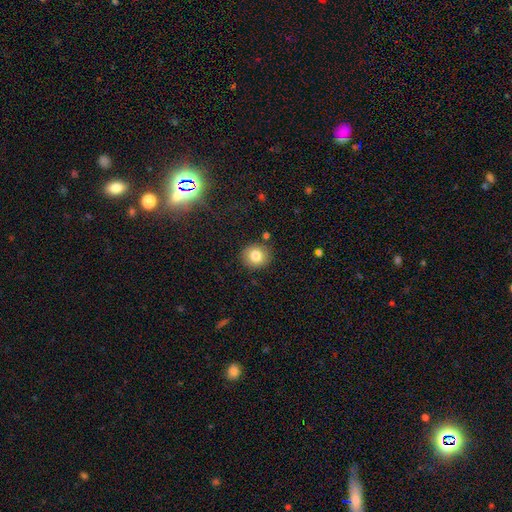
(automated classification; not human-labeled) Smooth or featured?
  - smooth: 80% *
  - star or artifact: 10%
  - featured or disk: 10%
How rounded?
  - round: 83% *
  - in between: 16%
  - cigar-shaped: 1%
Merging?
  - none: 86% *
  - minor disturbance: 9%
  - merger: 3%
  - major disturbance: 2%